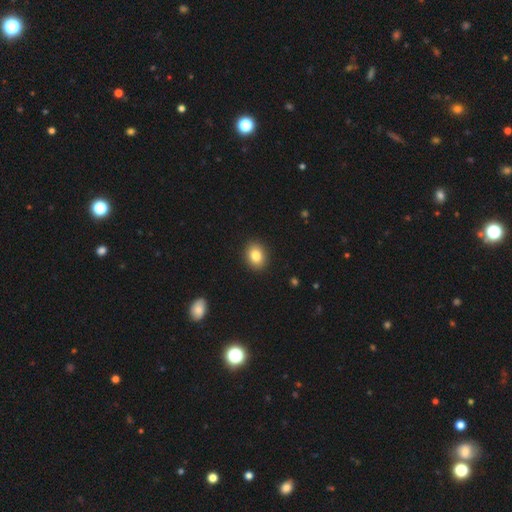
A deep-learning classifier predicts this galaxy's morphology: Q: Smooth or featured?
A: smooth (84%); runner-up: star or artifact (9%)
Q: How rounded?
A: in between (58%); runner-up: round (41%)
Q: Merging?
A: none (91%); runner-up: minor disturbance (7%)